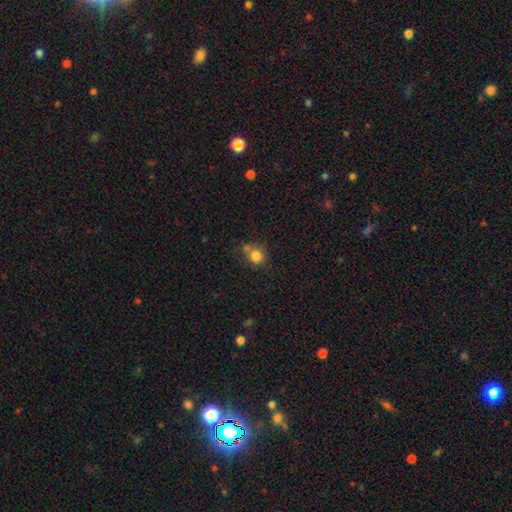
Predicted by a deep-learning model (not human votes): A smooth galaxy with no disk features (81%) that is round (80%). Merging: none (53%).